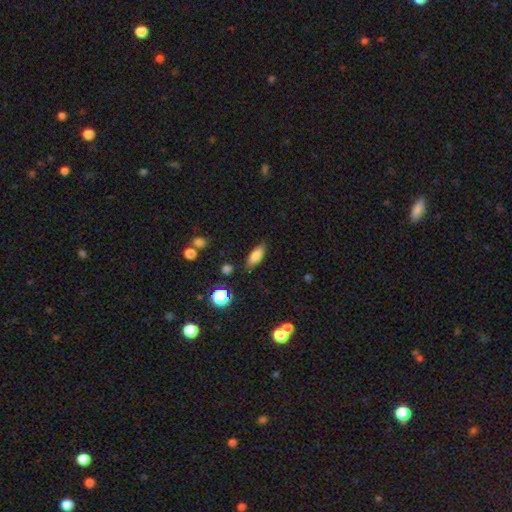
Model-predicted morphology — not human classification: A smooth galaxy with no disk features (79%) that is in between round and cigar-shaped (75%). Merging: none (82%).